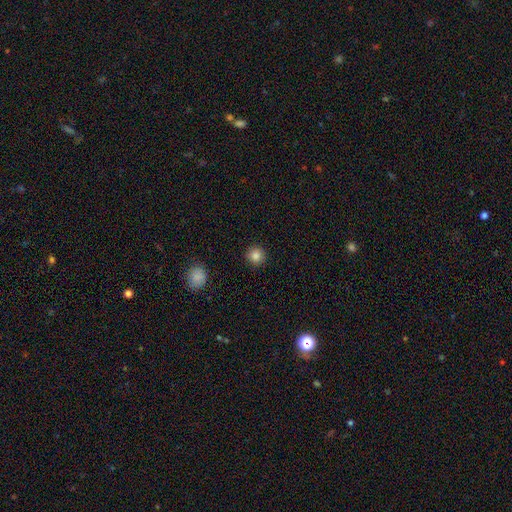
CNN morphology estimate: A smooth galaxy with no disk features (85%) that is round (94%). Merging: none (91%).